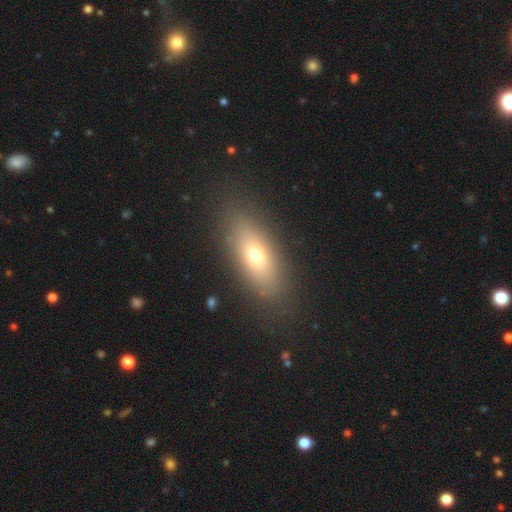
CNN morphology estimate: This appears to be a smooth galaxy with no disk features (65%) that is in between round and cigar-shaped (71%). Merging: none (86%).